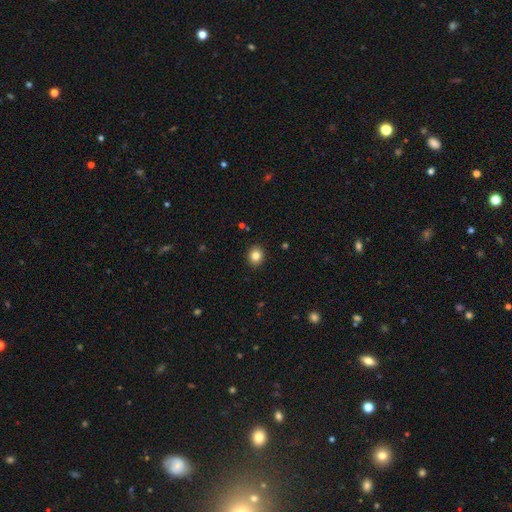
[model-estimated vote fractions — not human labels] A smooth galaxy with no disk features (83%) that is round (72%). Merging: none (91%).